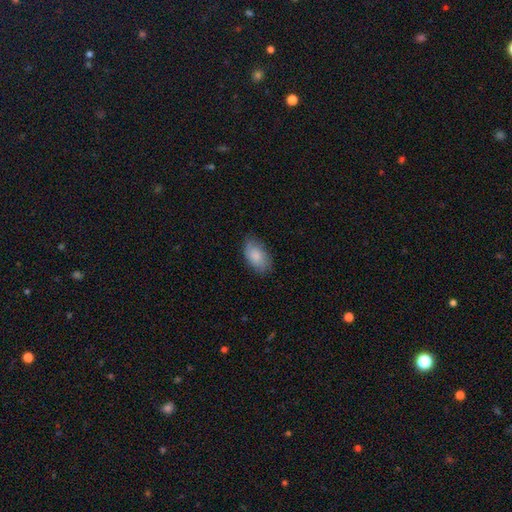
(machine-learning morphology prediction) Smooth or featured?
  - smooth: 84% *
  - featured or disk: 10%
  - star or artifact: 6%
How rounded?
  - in between: 93% *
  - round: 5%
  - cigar-shaped: 2%
Merging?
  - none: 76% *
  - minor disturbance: 19%
  - major disturbance: 4%
  - merger: 1%